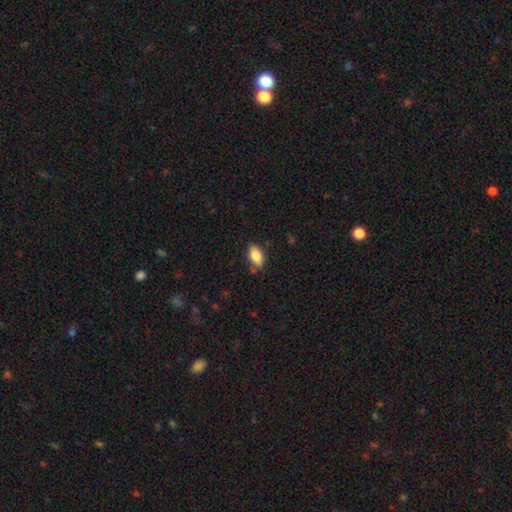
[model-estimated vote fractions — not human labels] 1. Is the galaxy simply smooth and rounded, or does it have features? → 84% smooth, 9% featured or disk, 7% star or artifact.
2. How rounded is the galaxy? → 91% in between, 5% cigar-shaped, 5% round.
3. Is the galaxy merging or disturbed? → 80% none, 15% minor disturbance, 3% major disturbance, 2% merger.